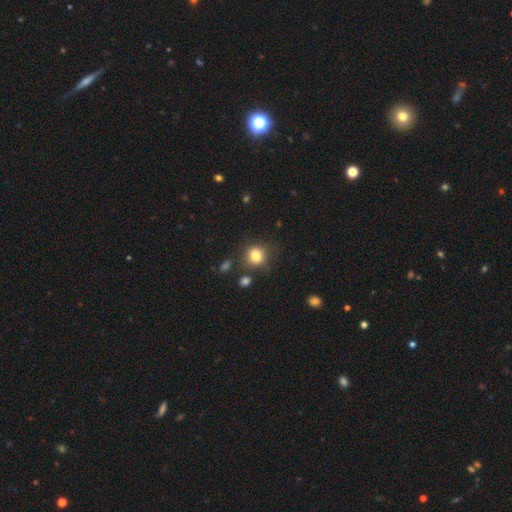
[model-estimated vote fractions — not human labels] This is clearly a smooth galaxy (82%). How rounded: clearly round (84%). Merging: likely none (77%).